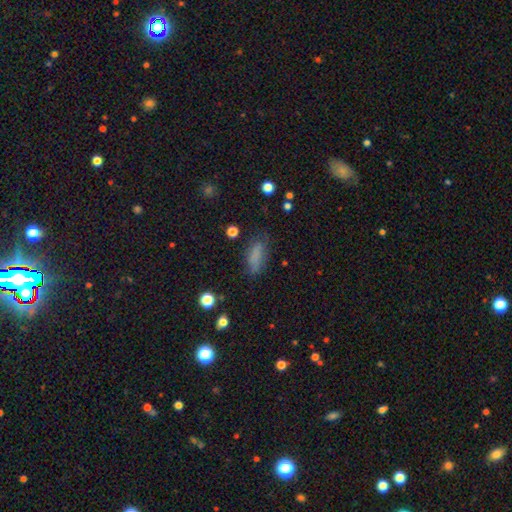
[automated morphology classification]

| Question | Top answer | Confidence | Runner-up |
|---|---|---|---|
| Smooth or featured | smooth | 78% | star or artifact (12%) |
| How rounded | in between | 69% | cigar-shaped (27%) |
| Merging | none | 70% | minor disturbance (21%) |